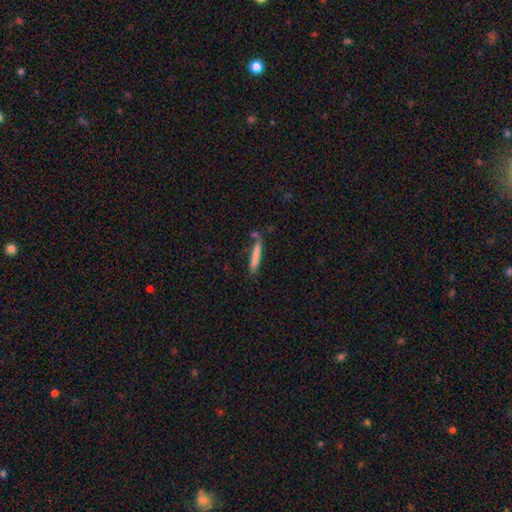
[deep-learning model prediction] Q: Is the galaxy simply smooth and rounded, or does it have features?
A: smooth — 76%.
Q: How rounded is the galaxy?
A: cigar-shaped — 93%.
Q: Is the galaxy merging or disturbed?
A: none — 69%.